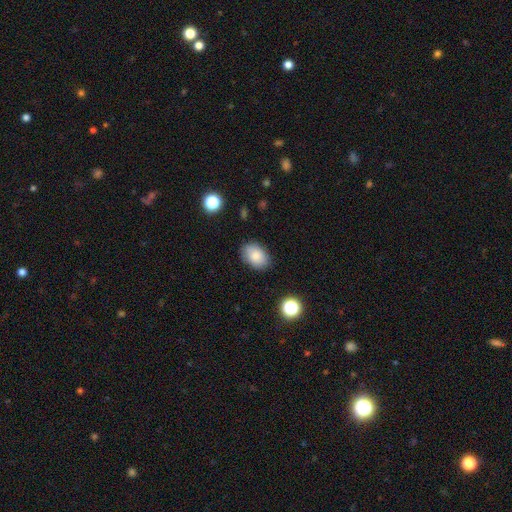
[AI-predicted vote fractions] smooth 83%, star or artifact 9%, featured or disk 8%. Down the decision tree: how rounded — in between (83%); merging — none (84%).